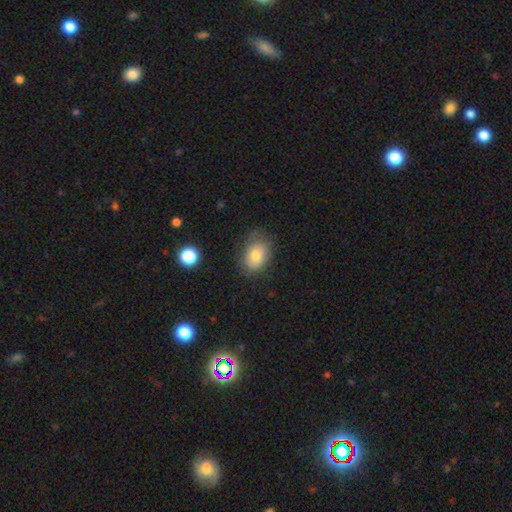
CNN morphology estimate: Smooth or featured?
  - smooth: 78% *
  - featured or disk: 13%
  - star or artifact: 9%
How rounded?
  - in between: 76% *
  - round: 23%
  - cigar-shaped: 1%
Merging?
  - none: 70% *
  - minor disturbance: 22%
  - major disturbance: 6%
  - merger: 2%